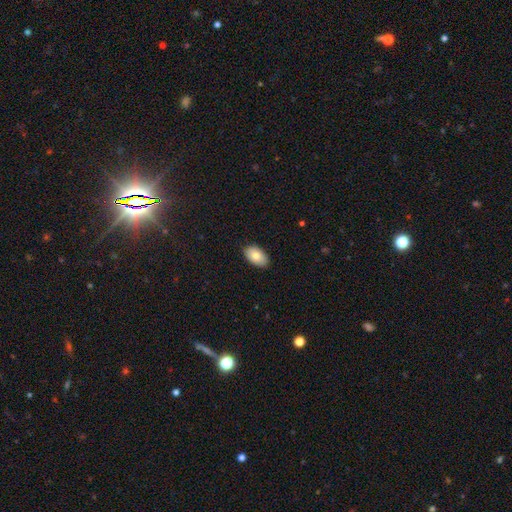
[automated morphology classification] The model was most divided on "smooth or featured": smooth: 78%, featured or disk: 15%, star or artifact: 7%. More confident: how rounded — in between (93%); merging — none (87%).